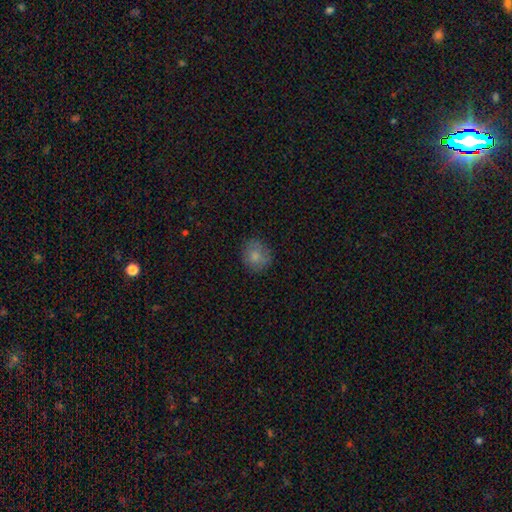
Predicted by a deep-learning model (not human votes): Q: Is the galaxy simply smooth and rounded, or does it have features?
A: smooth — 81%.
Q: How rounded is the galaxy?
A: round — 83%.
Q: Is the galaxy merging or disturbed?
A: none — 83%.